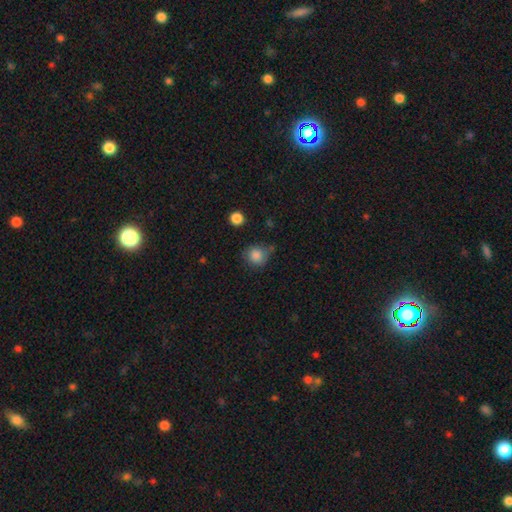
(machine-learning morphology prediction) Smooth or featured?
  - smooth: 85% *
  - star or artifact: 10%
  - featured or disk: 5%
How rounded?
  - round: 86% *
  - in between: 13%
  - cigar-shaped: 1%
Merging?
  - none: 69% *
  - minor disturbance: 20%
  - major disturbance: 5%
  - merger: 5%